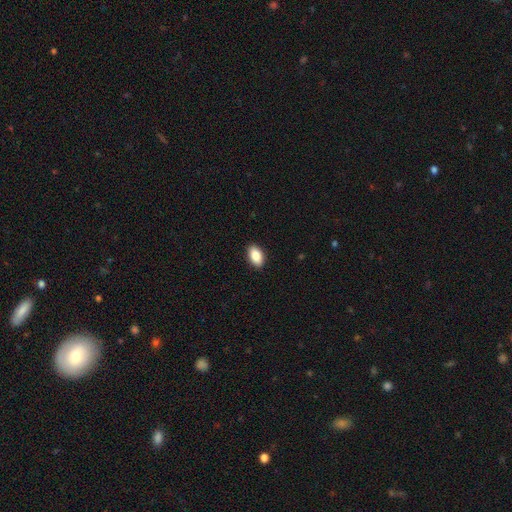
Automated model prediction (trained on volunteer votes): This is clearly a smooth galaxy (87%). How rounded: clearly in between (92%). Merging: clearly none (90%).